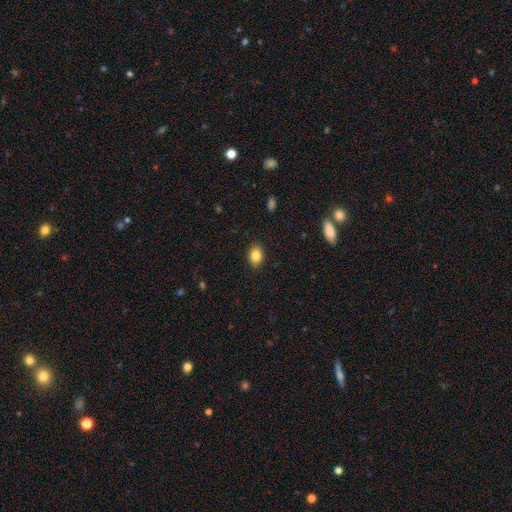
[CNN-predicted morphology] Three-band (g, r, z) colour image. It shows a smooth galaxy with no disk features (84%) that is in between round and cigar-shaped (75%). Merging: none (89%).